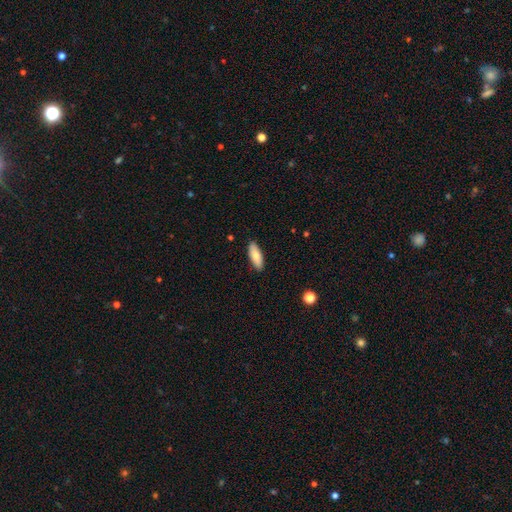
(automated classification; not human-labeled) Smooth or featured? Predicted: smooth (p=0.81). How rounded? Predicted: in between (p=0.67). Merging? Predicted: none (p=0.88).